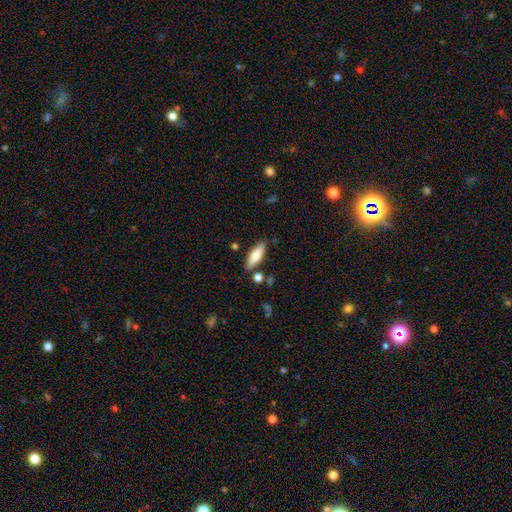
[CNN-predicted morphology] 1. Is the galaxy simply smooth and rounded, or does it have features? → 77% smooth, 16% featured or disk, 6% star or artifact.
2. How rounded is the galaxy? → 64% in between, 34% cigar-shaped, 2% round.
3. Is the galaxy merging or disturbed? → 82% none, 11% minor disturbance, 4% merger, 2% major disturbance.